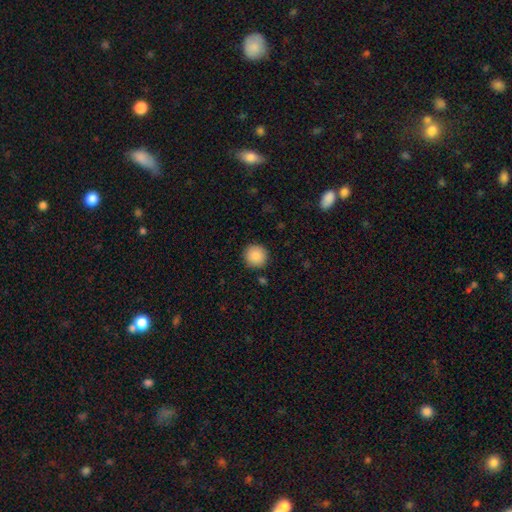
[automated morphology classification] This is clearly a smooth galaxy (88%). How rounded: clearly round (95%). Merging: clearly none (91%).